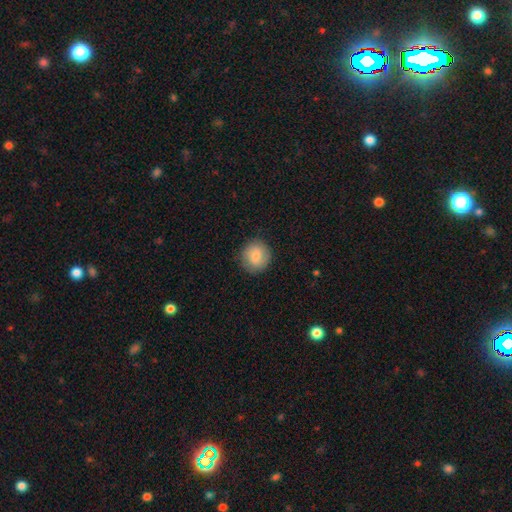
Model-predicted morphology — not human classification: smooth_or_featured: smooth (p=0.83) [alt: featured or disk p=0.10]
how_rounded: round (p=0.89) [alt: in between p=0.10]
merging: none (p=0.86) [alt: minor disturbance p=0.10]